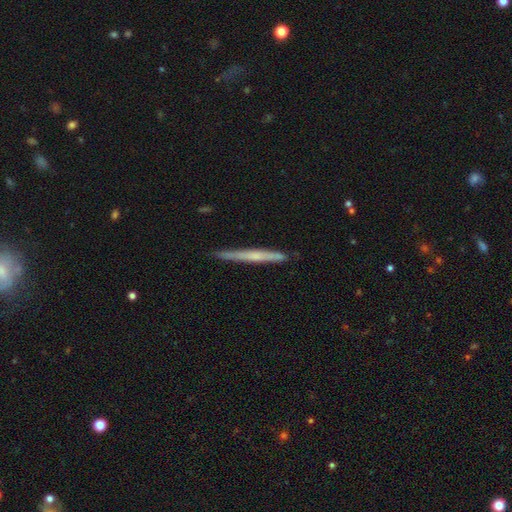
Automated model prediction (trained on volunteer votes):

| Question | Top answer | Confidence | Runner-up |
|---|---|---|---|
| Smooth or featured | featured or disk | 55% | smooth (39%) |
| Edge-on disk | yes | 97% | no (3%) |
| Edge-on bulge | none | 62% | rounded (31%) |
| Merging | none | 86% | minor disturbance (11%) |